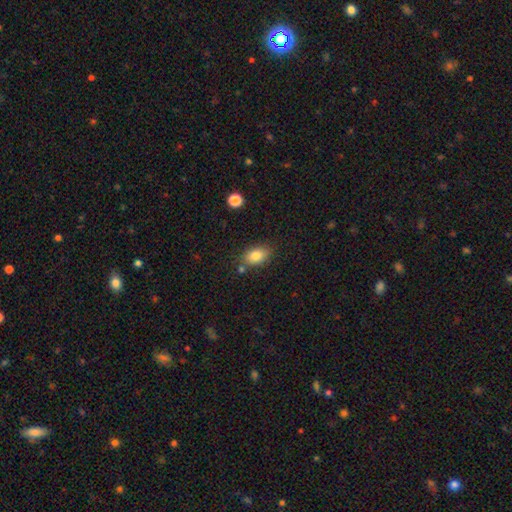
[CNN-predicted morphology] smooth_or_featured: smooth (p=0.84) [alt: star or artifact p=0.08]
how_rounded: in between (p=0.86) [alt: round p=0.12]
merging: none (p=0.76) [alt: minor disturbance p=0.14]